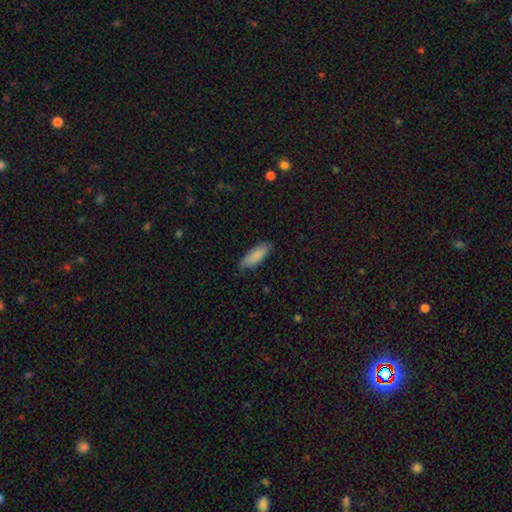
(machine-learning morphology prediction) Q: Smooth or featured?
A: smooth (88%); runner-up: featured or disk (6%)
Q: How rounded?
A: in between (68%); runner-up: cigar-shaped (30%)
Q: Merging?
A: none (85%); runner-up: minor disturbance (12%)